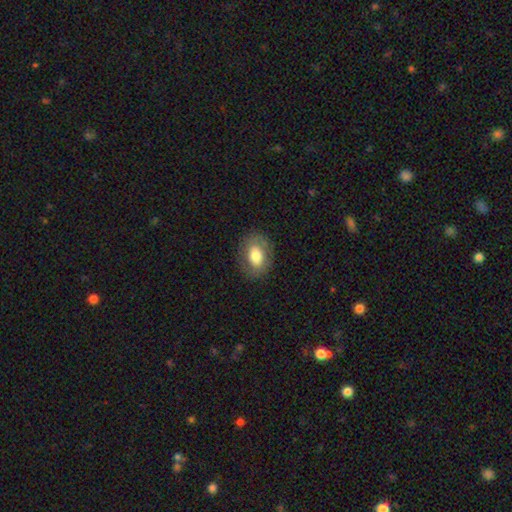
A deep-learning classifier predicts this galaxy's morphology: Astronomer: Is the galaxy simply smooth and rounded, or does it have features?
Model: smooth — 67%.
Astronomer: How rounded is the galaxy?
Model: in between — 74%.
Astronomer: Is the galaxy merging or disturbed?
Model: none — 81%.